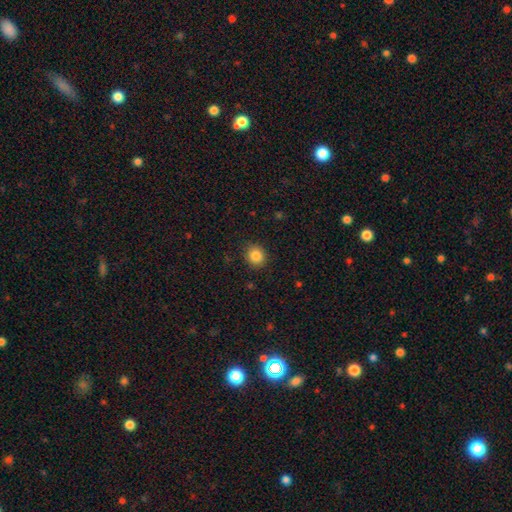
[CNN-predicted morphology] The model was most divided on "how rounded": round: 83%, in between: 16%, cigar-shaped: 1%. More confident: merging — none (89%); smooth or featured — smooth (85%).